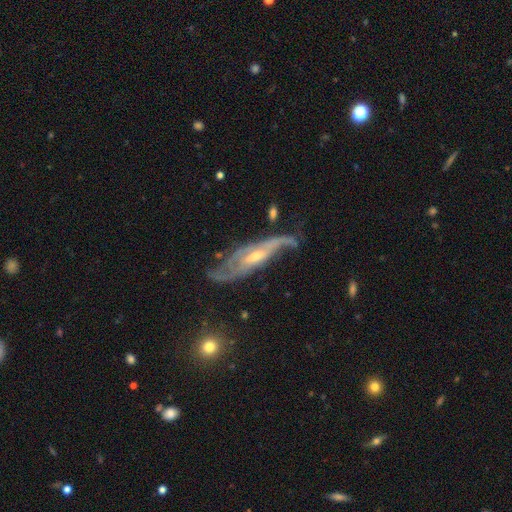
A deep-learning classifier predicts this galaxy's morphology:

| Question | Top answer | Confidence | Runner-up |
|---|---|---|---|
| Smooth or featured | featured or disk | 83% | smooth (11%) |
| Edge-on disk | no | 76% | yes (24%) |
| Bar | no | 42% | tied: weak (42%) |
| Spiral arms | yes | 90% | no (10%) |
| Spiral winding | medium | 40% | loose (31%) |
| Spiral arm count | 2 | 45% | can't tell (32%) |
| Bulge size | small | 48% | moderate (46%) |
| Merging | none | 49% | minor disturbance (25%) |